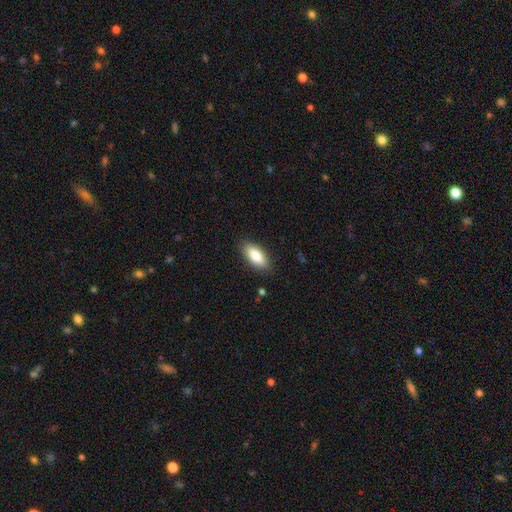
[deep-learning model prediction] smooth_or_featured: smooth (p=0.81) [alt: featured or disk p=0.12]
how_rounded: in between (p=0.85) [alt: cigar-shaped p=0.13]
merging: none (p=0.87) [alt: minor disturbance p=0.09]